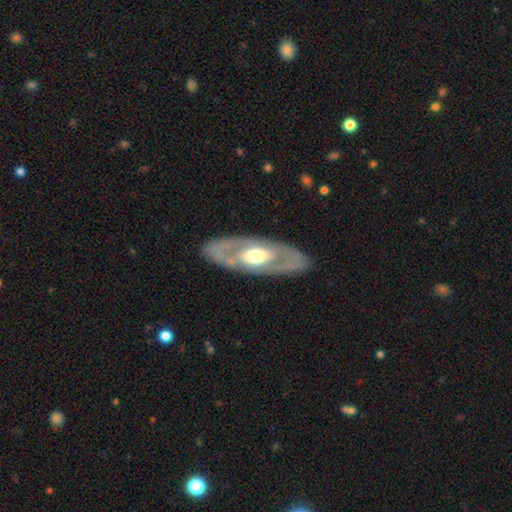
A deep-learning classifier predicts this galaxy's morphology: smooth-or-featured: featured or disk: 70% | smooth: 25% | star or artifact: 5%
  disk-edge-on: no: 85% | yes: 15%
    bar: no: 67% | weak: 21% | strong: 12%
    has-spiral-arms: no: 60% | yes: 40%
    bulge-size: moderate: 66% | large: 22% | small: 9% | dominant: 2% | none: 1%
  merging: none: 82% | minor disturbance: 11% | major disturbance: 5% | merger: 2%